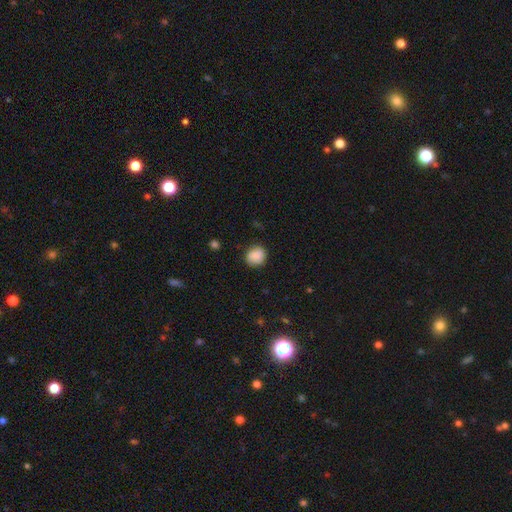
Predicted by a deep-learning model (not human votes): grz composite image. It shows a smooth galaxy with no disk features (87%) that is round (78%). Merging: none (84%).